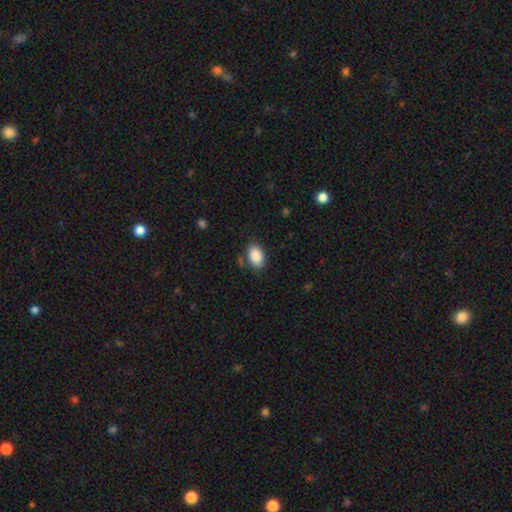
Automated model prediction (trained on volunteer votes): A smooth galaxy with no disk features (88%) that is in between round and cigar-shaped (88%). Merging: none (80%).